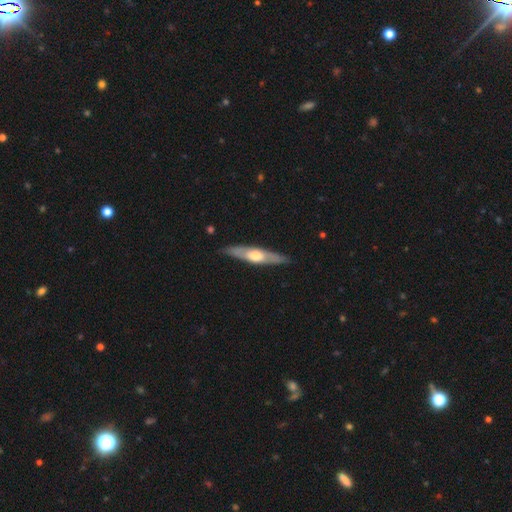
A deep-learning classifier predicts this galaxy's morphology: type=featured or disk (59%); edge-on=yes (81%); merging=none (85%).